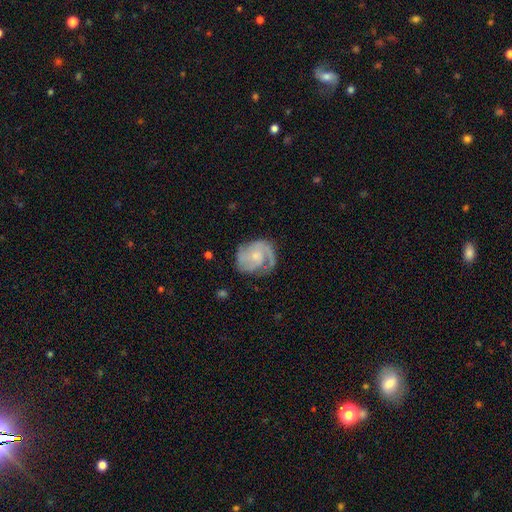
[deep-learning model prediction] A featured or disk galaxy (80%) with no bar (68%), 2 (52%) tight (44%) spiral arms (95%) and a small central bulge (62%).

Vote fractions:
- Smooth or featured? featured or disk: 80% / smooth: 15% / star or artifact: 5%
- Edge-on disk? no: 98% / yes: 2%
- Bar? no: 68% / weak: 28% / strong: 4%
- Spiral arms? yes: 95% / no: 5%
- Spiral winding? tight: 44% / medium: 42% / loose: 14%
- Spiral arm count? 2: 52% / 3: 15% / can't tell: 14% / 1: 14% / 4: 3% / more than 4: 3%
- Bulge size? small: 62% / moderate: 28% / none: 8% / large: 2% / dominant: 1%
- Merging? none: 65% / minor disturbance: 21% / major disturbance: 12% / merger: 2%